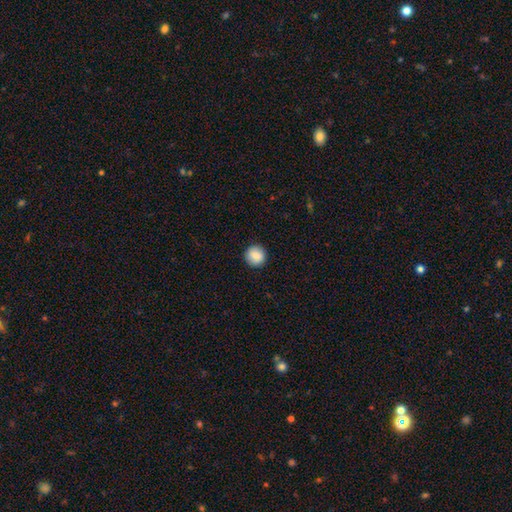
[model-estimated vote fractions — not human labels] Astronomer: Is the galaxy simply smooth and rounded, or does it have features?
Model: smooth — 88%.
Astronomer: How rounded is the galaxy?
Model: round — 94%.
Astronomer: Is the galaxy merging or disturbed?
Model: none — 91%.